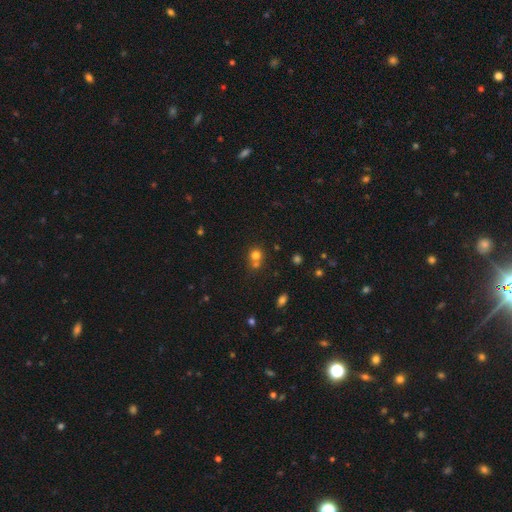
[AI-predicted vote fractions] Smooth or featured?
  - smooth: 73% *
  - star or artifact: 17%
  - featured or disk: 10%
How rounded?
  - round: 85% *
  - in between: 14%
  - cigar-shaped: 1%
Merging?
  - none: 51% *
  - merger: 39%
  - minor disturbance: 8%
  - major disturbance: 3%